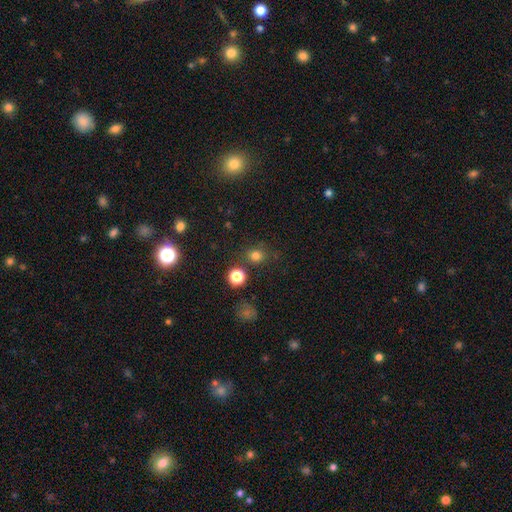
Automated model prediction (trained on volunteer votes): smooth 75%, star or artifact 20%, featured or disk 6%. Down the decision tree: how rounded — round (83%); merging — none (79%).